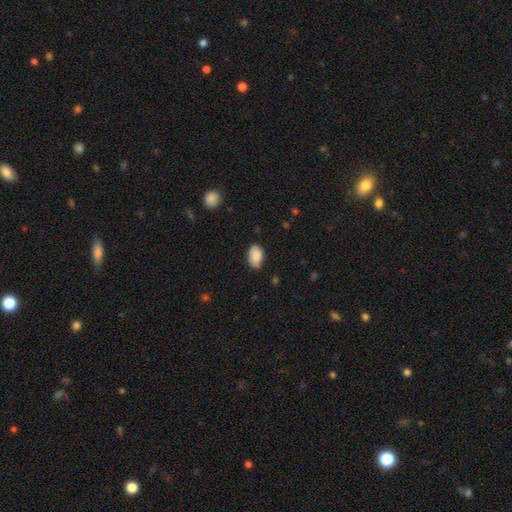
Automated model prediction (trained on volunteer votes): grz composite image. It shows a smooth galaxy with no disk features (88%) that is in between round and cigar-shaped (93%). Merging: none (78%).